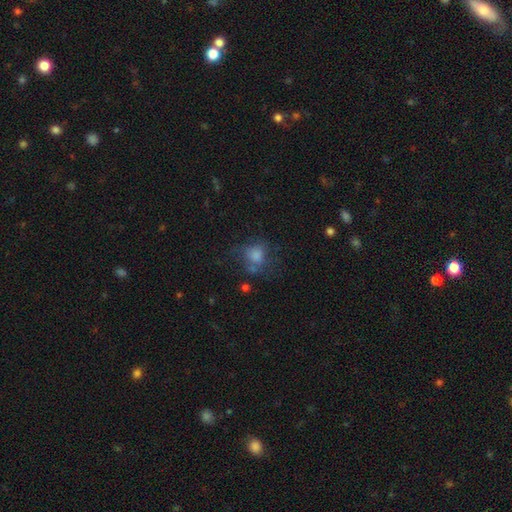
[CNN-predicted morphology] A smooth galaxy with no disk features (70%) that is round (68%). Merging: none (44%).